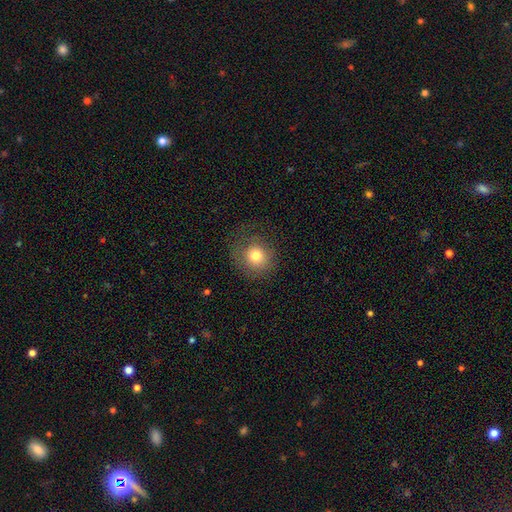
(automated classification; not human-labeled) This is likely a smooth galaxy (77%). How rounded: clearly round (88%). Merging: likely none (76%).